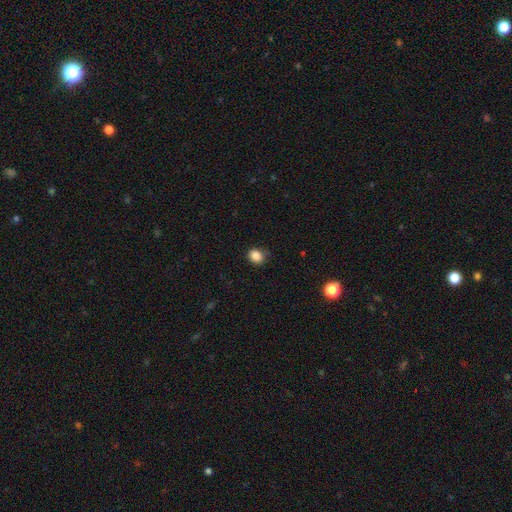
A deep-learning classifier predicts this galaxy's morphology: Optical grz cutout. It shows a smooth galaxy with no disk features (86%) that is round (59%). Merging: none (76%).